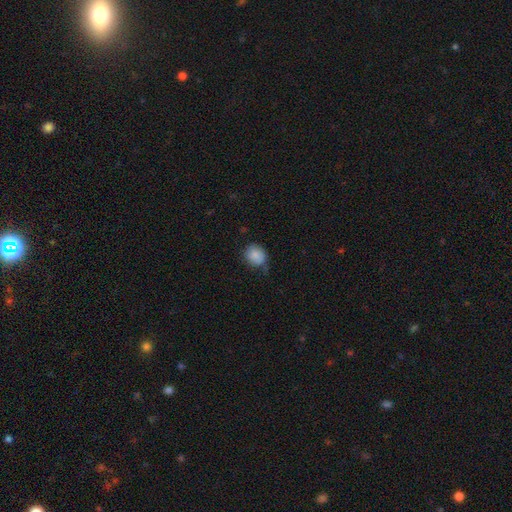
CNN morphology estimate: This appears to be a smooth galaxy with no disk features (85%) that is round (71%). Merging: none (66%).